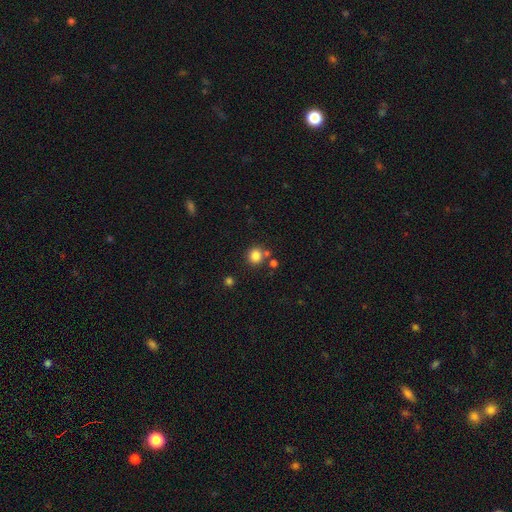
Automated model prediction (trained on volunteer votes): A smooth galaxy with no disk features (83%) that is round (90%). Merging: none (75%).